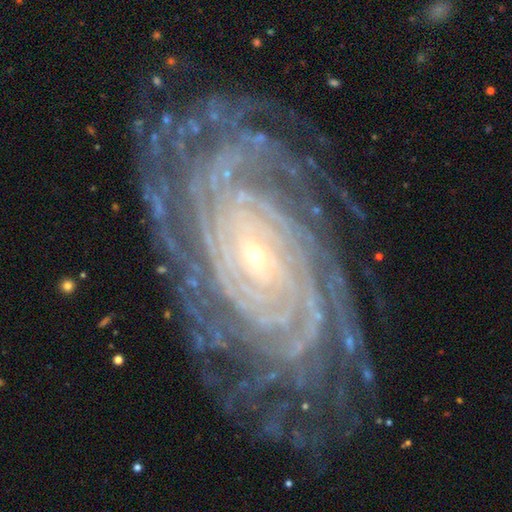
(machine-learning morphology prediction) Smooth or featured?
  - featured or disk: 90% *
  - star or artifact: 6%
  - smooth: 4%
Edge-on disk?
  - no: 96% *
  - yes: 4%
Bar?
  - no: 68% *
  - weak: 21%
  - strong: 11%
Spiral arms?
  - yes: 98% *
  - no: 2%
Spiral winding?
  - tight: 85% *
  - medium: 12%
  - loose: 3%
Spiral arm count?
  - more than 4: 32% *
  - can't tell: 22%
  - 4: 18%
  - 3: 10%
  - 2: 9%
  - 1: 8%
Bulge size?
  - small: 83% *
  - moderate: 14%
  - large: 1%
  - none: 1%
  - dominant: 1%
Merging?
  - none: 80% *
  - minor disturbance: 14%
  - major disturbance: 5%
  - merger: 1%